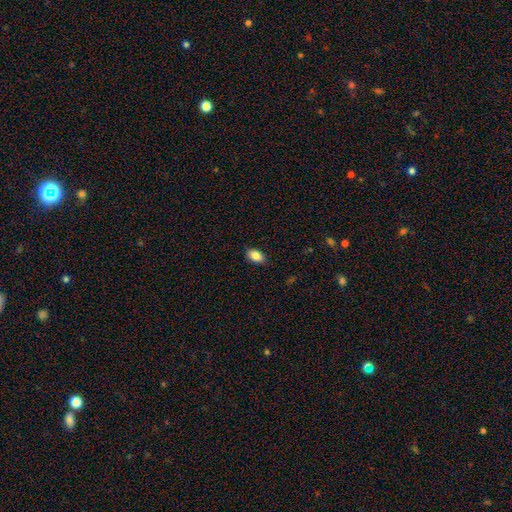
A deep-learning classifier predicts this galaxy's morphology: A smooth galaxy with no disk features (85%) that is in between round and cigar-shaped (90%). Merging: none (87%).